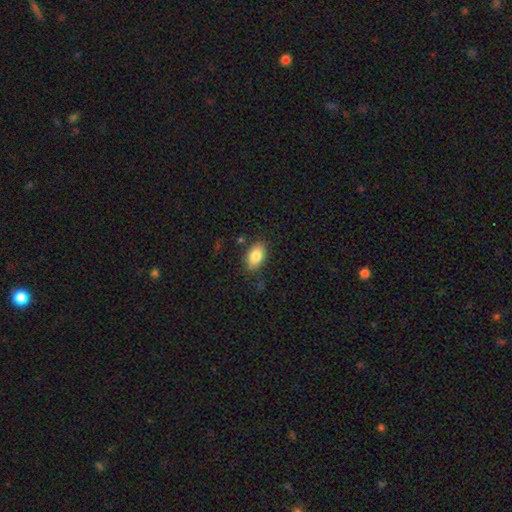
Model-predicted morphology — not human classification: Q: Smooth or featured?
A: smooth (83%); runner-up: featured or disk (9%)
Q: How rounded?
A: in between (90%); runner-up: round (7%)
Q: Merging?
A: none (82%); runner-up: minor disturbance (13%)